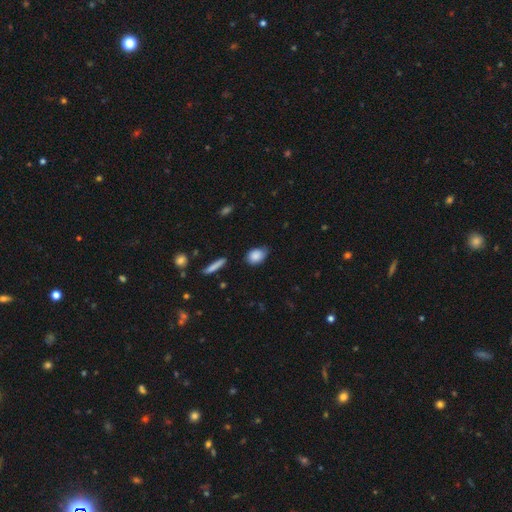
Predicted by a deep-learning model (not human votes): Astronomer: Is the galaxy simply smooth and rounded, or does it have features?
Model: smooth — 84%.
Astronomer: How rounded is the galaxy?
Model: in between — 76%.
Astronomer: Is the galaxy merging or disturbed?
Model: none — 64%.